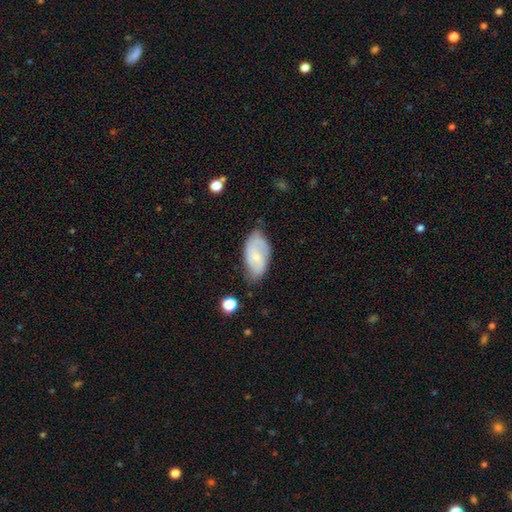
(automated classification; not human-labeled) smooth_or_featured: featured or disk (p=0.52) [alt: smooth p=0.41]
disk_edge_on: no (p=0.94) [alt: yes p=0.06]
merging: none (p=0.62) [alt: minor disturbance p=0.29]